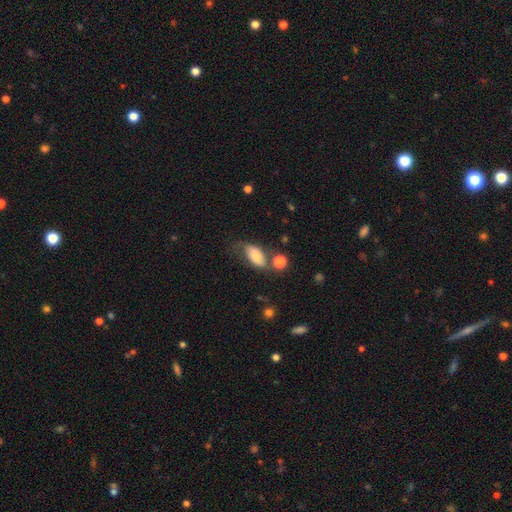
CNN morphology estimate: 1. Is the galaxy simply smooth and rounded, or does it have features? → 65% smooth, 27% featured or disk, 8% star or artifact.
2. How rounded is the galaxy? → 88% in between, 6% cigar-shaped, 6% round.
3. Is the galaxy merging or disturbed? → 43% none, 27% minor disturbance, 17% major disturbance, 13% merger.